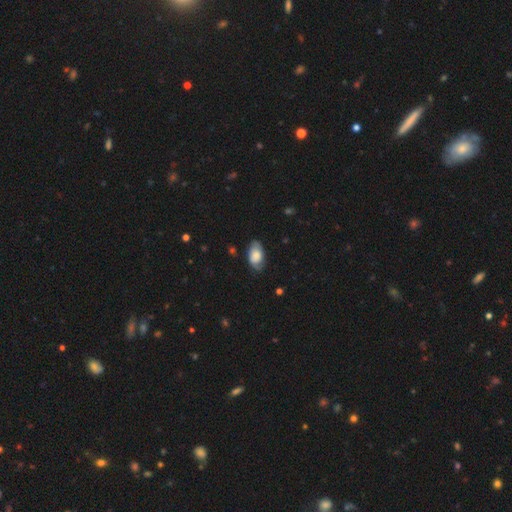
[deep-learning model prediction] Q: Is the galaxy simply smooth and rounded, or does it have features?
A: smooth — 64%.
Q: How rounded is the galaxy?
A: in between — 93%.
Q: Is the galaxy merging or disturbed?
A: none — 70%.